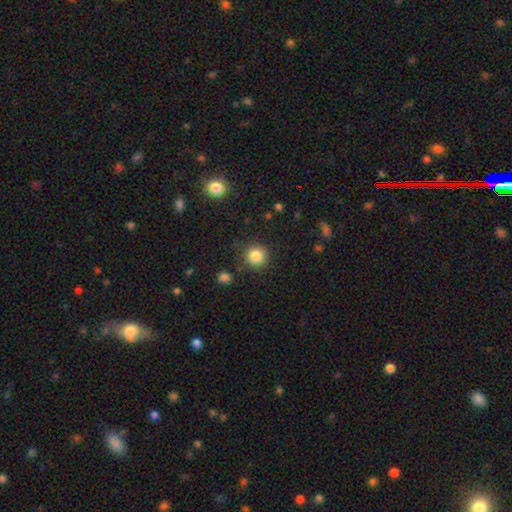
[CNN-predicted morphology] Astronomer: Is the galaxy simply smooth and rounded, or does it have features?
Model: smooth — 85%.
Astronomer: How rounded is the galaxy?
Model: round — 92%.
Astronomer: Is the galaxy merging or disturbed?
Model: none — 86%.